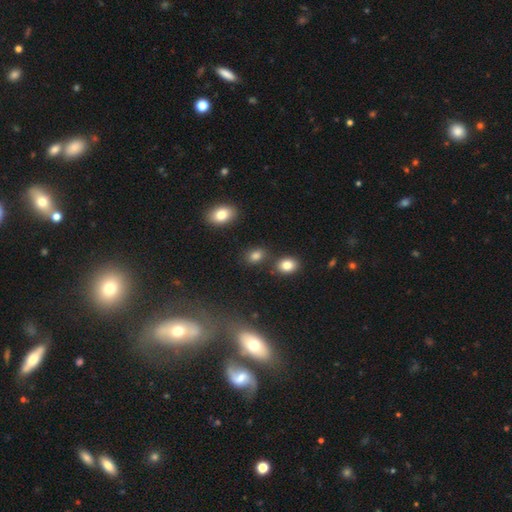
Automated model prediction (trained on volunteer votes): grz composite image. It shows a smooth galaxy with no disk features (82%) that is in between round and cigar-shaped (69%). Merging: none (75%).